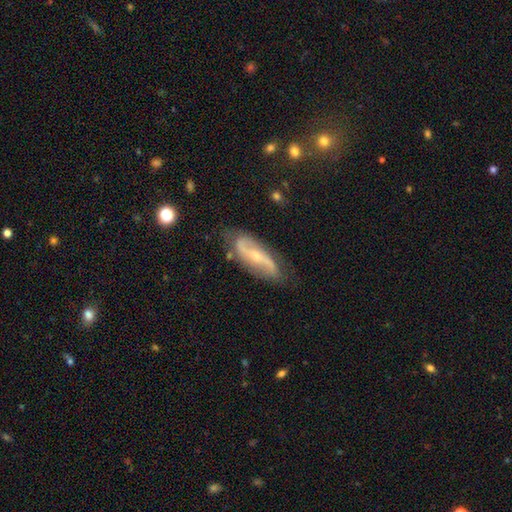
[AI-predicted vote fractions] Smooth or featured? Predicted: featured or disk (p=0.85). Edge-on disk? Predicted: no (p=0.90). Bar? Predicted: no (p=0.38). Spiral arms? Predicted: yes (p=0.94). Spiral winding? Predicted: loose (p=0.55). Spiral arm count? Predicted: 2 (p=0.92). Bulge size? Predicted: small (p=0.64). Merging? Predicted: none (p=0.78).